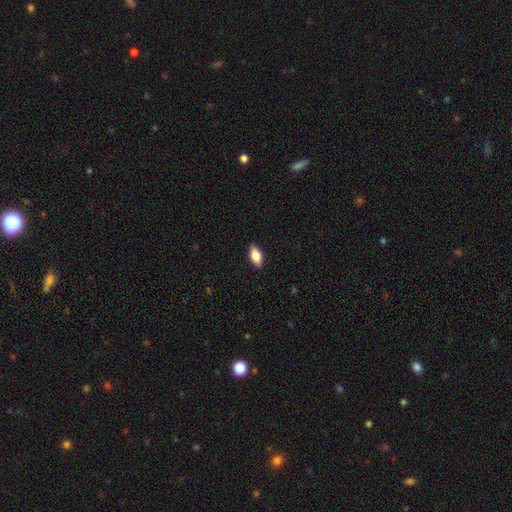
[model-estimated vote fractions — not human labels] Q: Smooth or featured?
A: smooth (73%); runner-up: featured or disk (20%)
Q: How rounded?
A: in between (86%); runner-up: cigar-shaped (10%)
Q: Merging?
A: none (87%); runner-up: minor disturbance (10%)